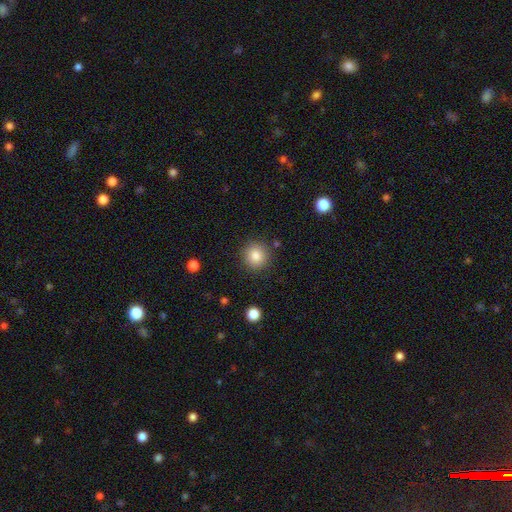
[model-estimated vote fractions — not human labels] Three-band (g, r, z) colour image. It shows a smooth galaxy with no disk features (84%) that is round (92%). Merging: none (88%).